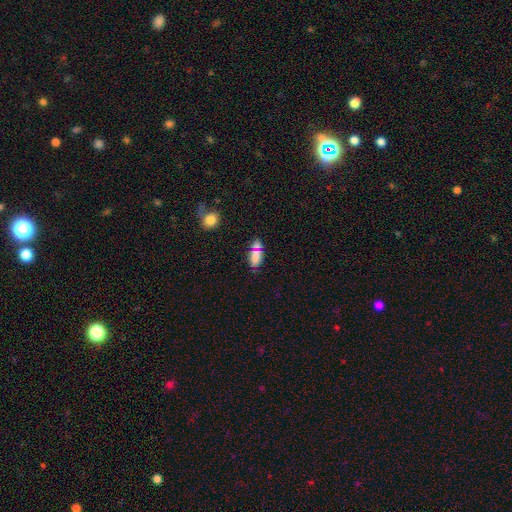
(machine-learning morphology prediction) Smooth or featured: smooth — 77% (star or artifact — 14%)
How rounded: in between — 84% (cigar-shaped — 11%)
Merging: none — 64% (minor disturbance — 17%)